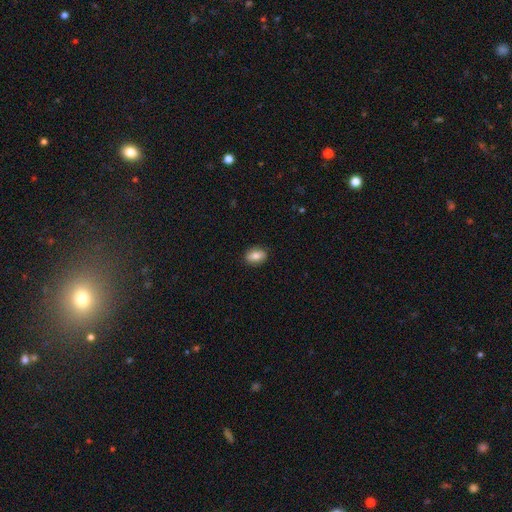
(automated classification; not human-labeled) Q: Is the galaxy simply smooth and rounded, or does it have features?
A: smooth — 77%.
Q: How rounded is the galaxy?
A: in between — 80%.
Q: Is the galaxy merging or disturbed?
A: none — 88%.